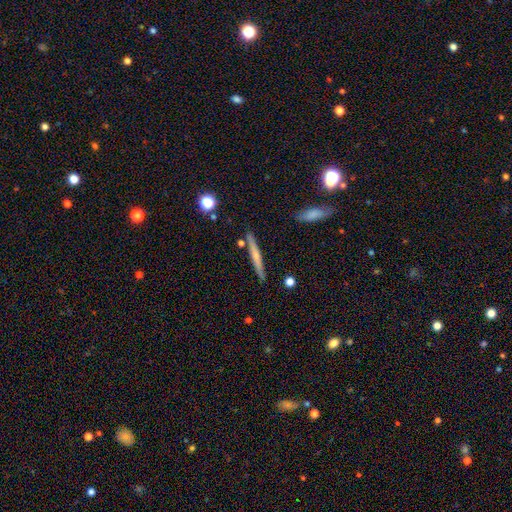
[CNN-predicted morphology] A smooth galaxy with no disk features (52%) that is cigar-shaped (95%).

Vote fractions:
- Smooth or featured? smooth: 52% / featured or disk: 42% / star or artifact: 6%
- How rounded? cigar-shaped: 95% / in between: 3% / round: 2%
- Merging? none: 87% / minor disturbance: 8% / merger: 3% / major disturbance: 2%